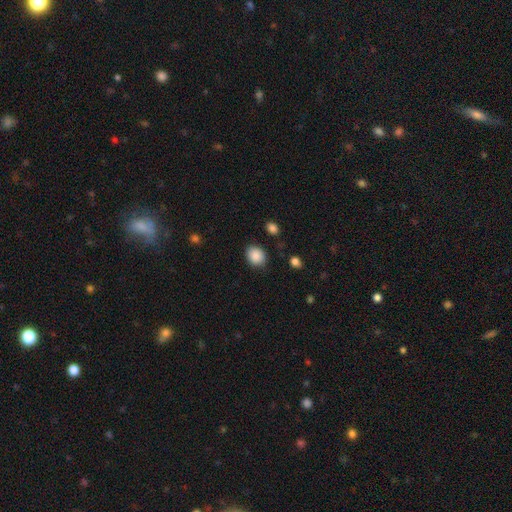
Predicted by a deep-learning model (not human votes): Overall: smooth (88%). How rounded: round (57%; in between 42%). Merging: none (83%).